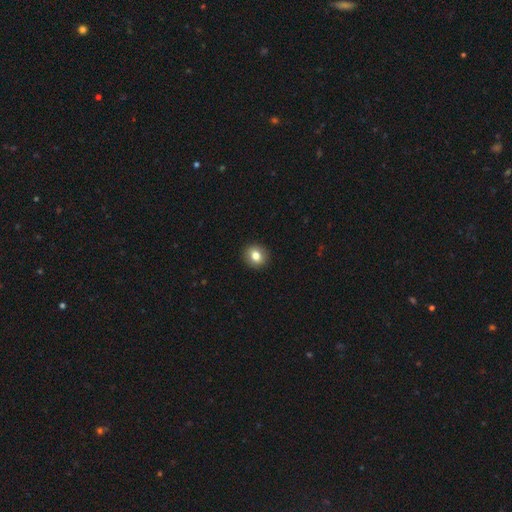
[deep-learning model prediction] A smooth galaxy with no disk features (81%) that is round (81%).

Vote fractions:
- Smooth or featured? smooth: 81% / featured or disk: 10% / star or artifact: 9%
- How rounded? round: 81% / in between: 18% / cigar-shaped: 1%
- Merging? none: 92% / minor disturbance: 5% / major disturbance: 2% / merger: 1%